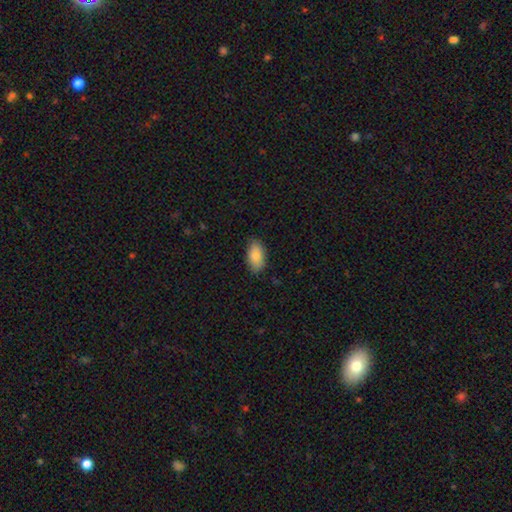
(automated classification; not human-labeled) A smooth galaxy with no disk features (84%) that is in between round and cigar-shaped (93%). Merging: none (84%).